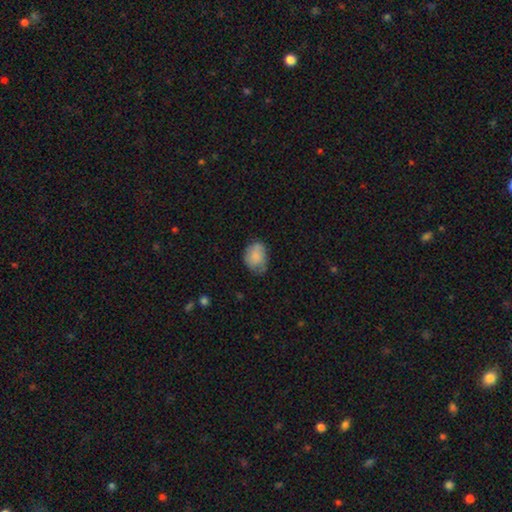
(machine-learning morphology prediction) type=smooth (78%); roundness=in between (67%); merging=none (54%).